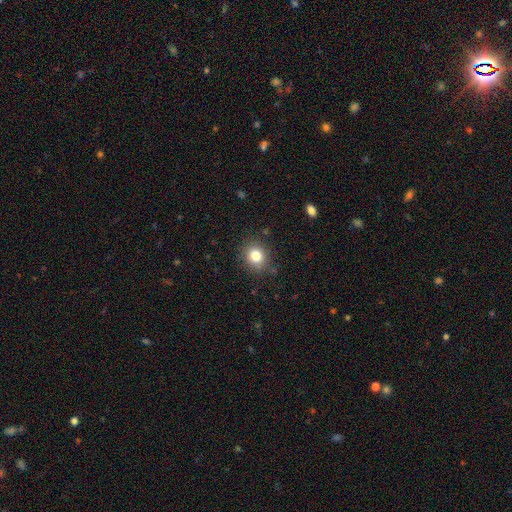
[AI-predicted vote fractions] Q: Smooth or featured?
A: smooth (81%); runner-up: star or artifact (12%)
Q: How rounded?
A: round (78%); runner-up: in between (22%)
Q: Merging?
A: none (85%); runner-up: minor disturbance (10%)